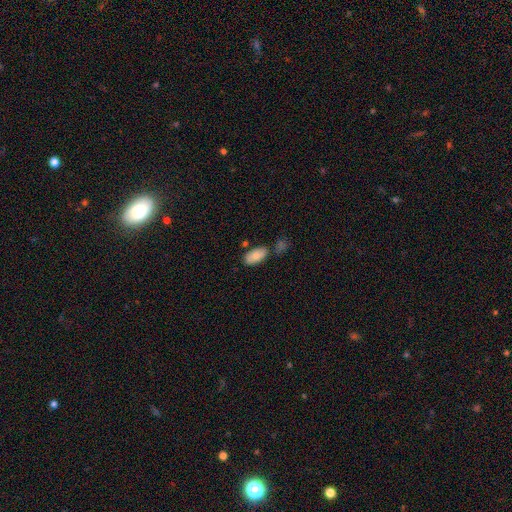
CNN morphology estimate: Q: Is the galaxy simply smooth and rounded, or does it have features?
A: smooth — 85%.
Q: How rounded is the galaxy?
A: in between — 93%.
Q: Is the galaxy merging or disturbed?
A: none — 63%.